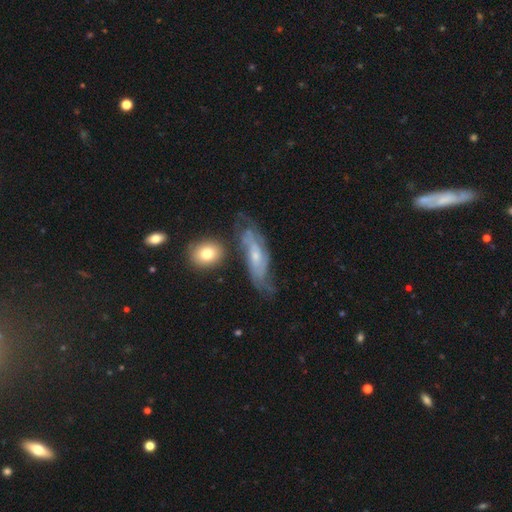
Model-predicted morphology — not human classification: Smooth or featured? Predicted: featured or disk (p=0.71). Edge-on disk? Predicted: no (p=0.79). Bar? Predicted: no (p=0.59). Spiral arms? Predicted: yes (p=0.87). Bulge size? Predicted: small (p=0.61). Merging? Predicted: none (p=0.55).